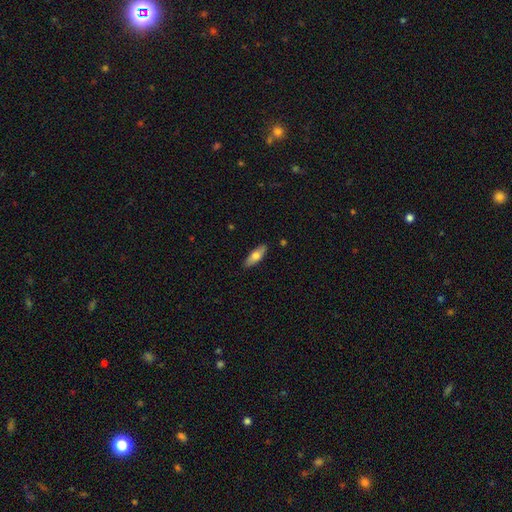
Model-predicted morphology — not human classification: Smooth or featured: smooth — 67% (featured or disk — 27%)
How rounded: in between — 57% (cigar-shaped — 40%)
Merging: none — 88% (minor disturbance — 9%)